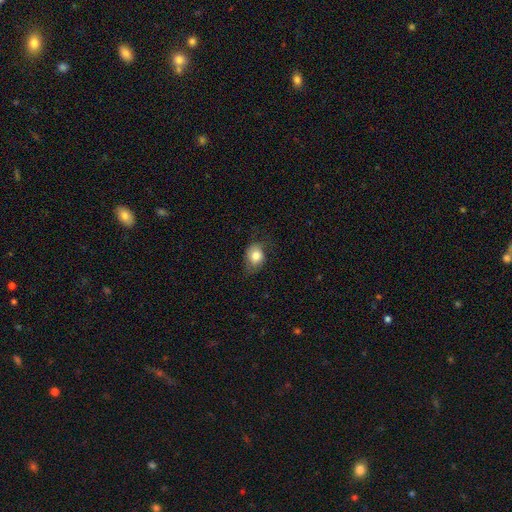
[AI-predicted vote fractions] This appears to be a smooth galaxy with no disk features (79%) that is in between round and cigar-shaped (52%). Merging: none (63%).